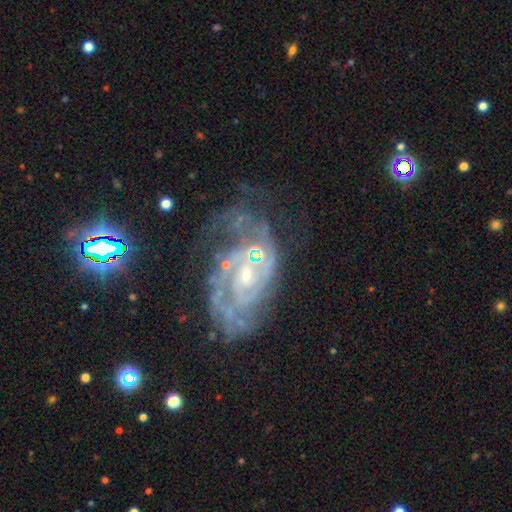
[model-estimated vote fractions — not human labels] smooth_or_featured: featured or disk (p=0.88) [alt: star or artifact p=0.07]
disk_edge_on: no (p=0.97) [alt: yes p=0.03]
bar: no (p=0.48) [alt: weak p=0.42]
has_spiral_arms: yes (p=0.94) [alt: no p=0.06]
spiral_winding: tight (p=0.54) [alt: medium p=0.36]
spiral_arm_count: 2 (p=0.49) [alt: can't tell p=0.25]
bulge_size: small (p=0.59) [alt: moderate p=0.35]
merging: none (p=0.49) [alt: minor disturbance p=0.23]